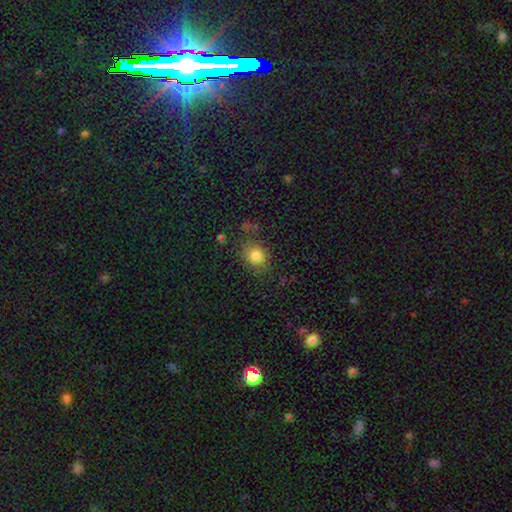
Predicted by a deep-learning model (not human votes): Smooth or featured: smooth — 81% (star or artifact — 11%)
How rounded: round — 64% (in between — 35%)
Merging: none — 74% (minor disturbance — 16%)